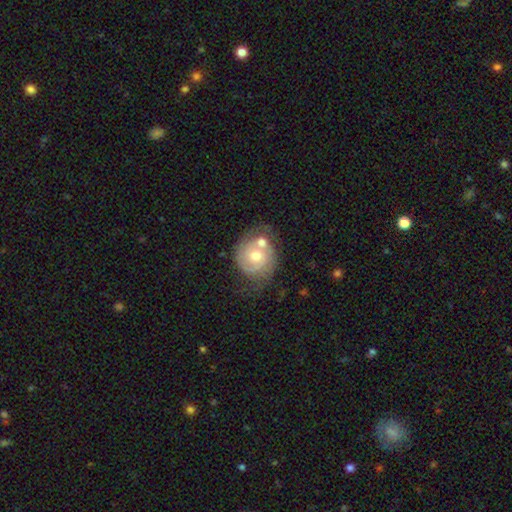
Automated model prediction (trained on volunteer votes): This appears to be a featured or disk galaxy (66%) with no bar (75%), 2 (59%) tight (53%) spiral arms (78%) and a moderate central bulge (68%). Merging: none (37%).